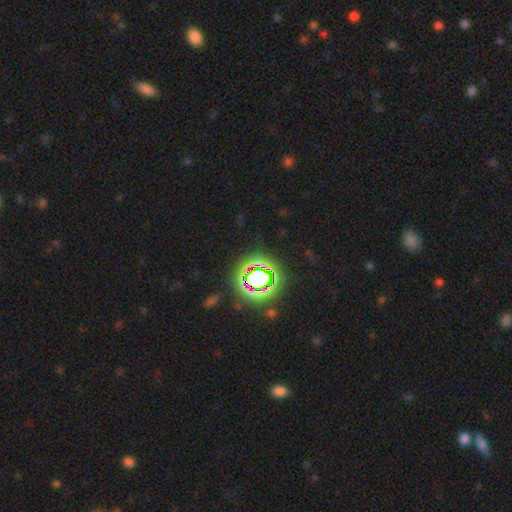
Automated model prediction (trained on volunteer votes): A star or artifact, not a galaxy (76%).